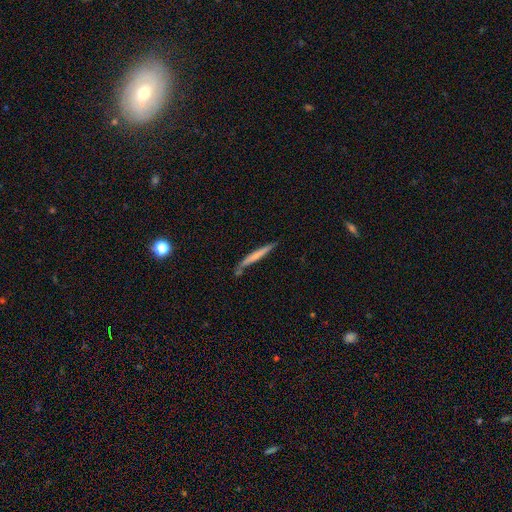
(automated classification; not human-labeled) Smooth or featured?
  - smooth: 56% *
  - featured or disk: 39%
  - star or artifact: 5%
How rounded?
  - cigar-shaped: 96% *
  - in between: 3%
  - round: 1%
Merging?
  - none: 70% *
  - minor disturbance: 18%
  - merger: 8%
  - major disturbance: 4%